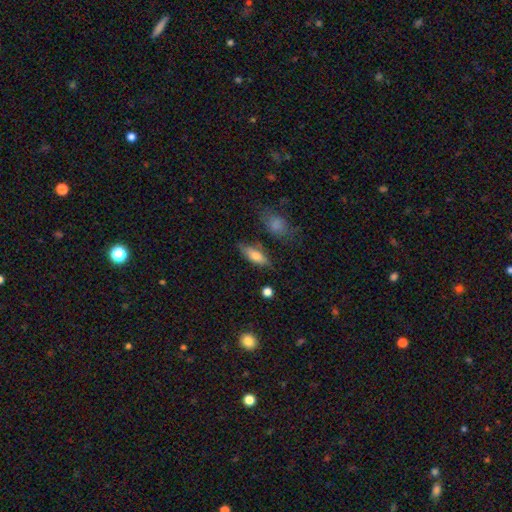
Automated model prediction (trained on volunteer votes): Smooth or featured?
  - smooth: 70% *
  - featured or disk: 23%
  - star or artifact: 7%
How rounded?
  - in between: 69% *
  - cigar-shaped: 28%
  - round: 3%
Merging?
  - none: 72% *
  - minor disturbance: 19%
  - merger: 5%
  - major disturbance: 5%